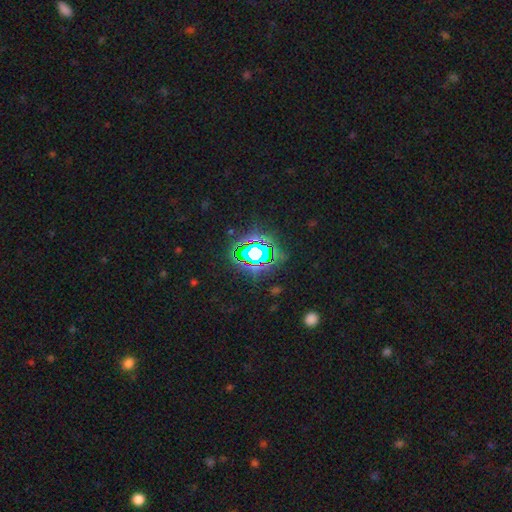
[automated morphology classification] Smooth or featured? Predicted: star or artifact (p=0.78).